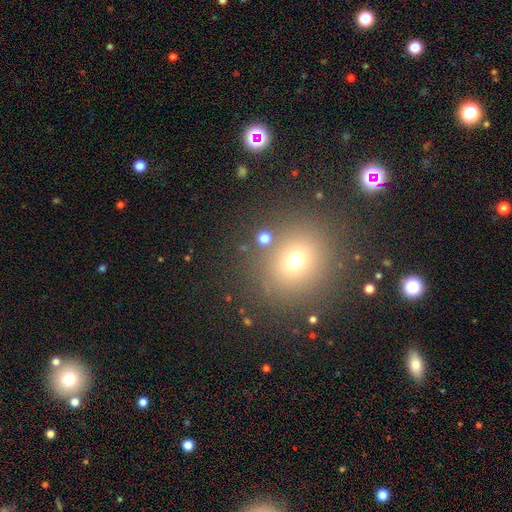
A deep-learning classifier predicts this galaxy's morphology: This appears to be a smooth galaxy with no disk features (56%) that is round (84%). Merging: none (86%).